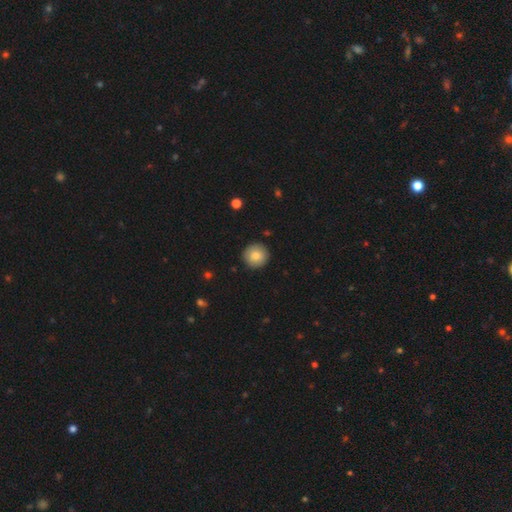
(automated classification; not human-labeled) The model was most divided on "smooth or featured": smooth: 83%, featured or disk: 9%, star or artifact: 8%. More confident: how rounded — round (95%); merging — none (91%).